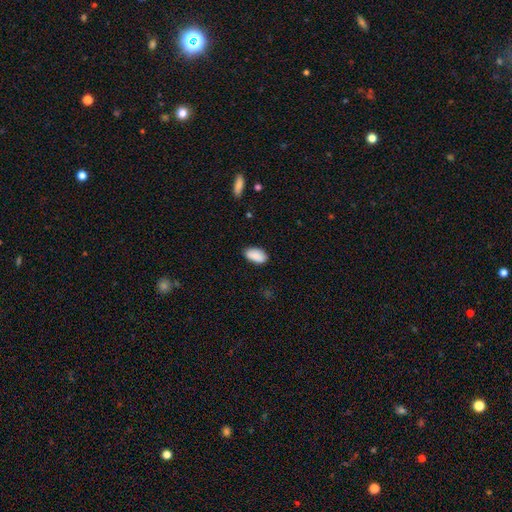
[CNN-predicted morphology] Q: Smooth or featured?
A: smooth (89%); runner-up: star or artifact (7%)
Q: How rounded?
A: in between (94%); runner-up: cigar-shaped (3%)
Q: Merging?
A: none (83%); runner-up: minor disturbance (13%)